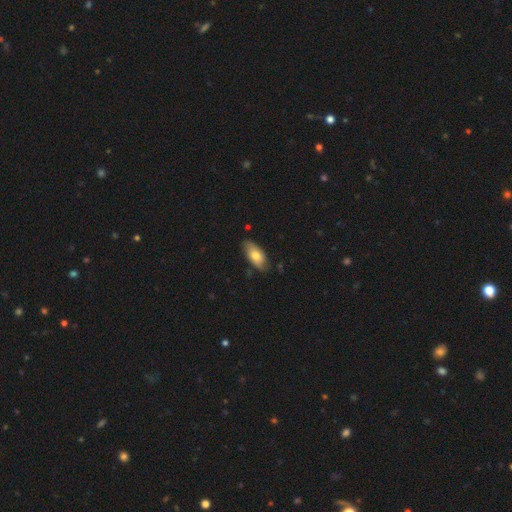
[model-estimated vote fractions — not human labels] smooth-or-featured: smooth: 68% | featured or disk: 26% | star or artifact: 6%
  how-rounded: in between: 88% | cigar-shaped: 9% | round: 3%
  merging: none: 74% | minor disturbance: 21% | major disturbance: 3% | merger: 1%